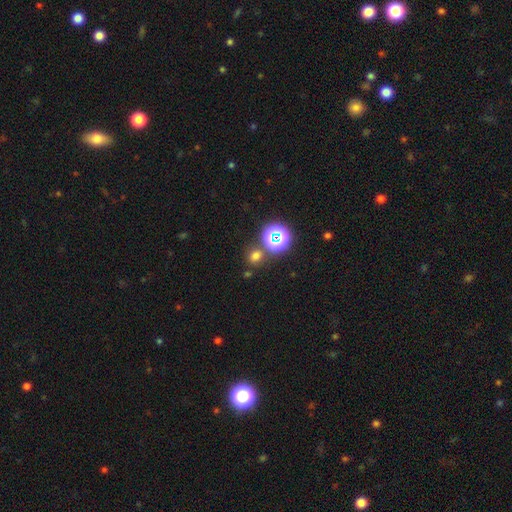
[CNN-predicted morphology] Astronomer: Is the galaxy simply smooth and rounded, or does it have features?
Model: smooth — 65%.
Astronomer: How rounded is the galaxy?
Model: round — 80%.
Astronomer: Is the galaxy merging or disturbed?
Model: none — 77%.